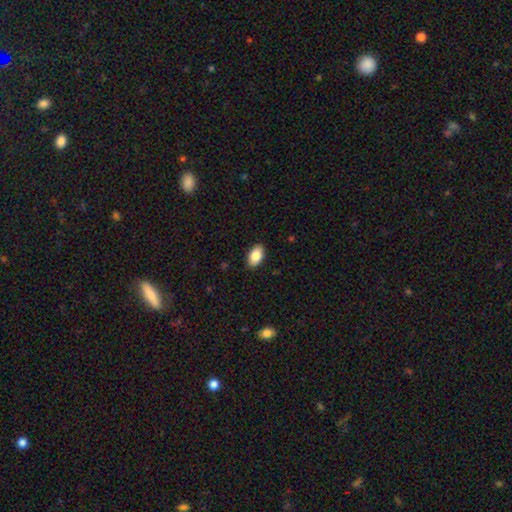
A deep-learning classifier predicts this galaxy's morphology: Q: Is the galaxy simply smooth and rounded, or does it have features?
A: smooth — 86%.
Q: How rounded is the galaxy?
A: in between — 93%.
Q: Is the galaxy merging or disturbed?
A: none — 89%.